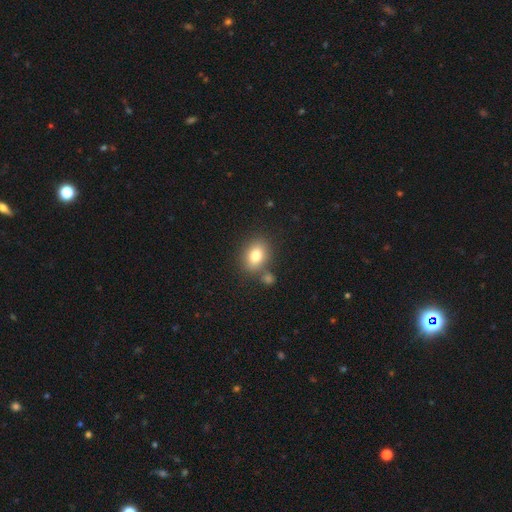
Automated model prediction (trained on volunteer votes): A smooth galaxy with no disk features (80%) that is in between round and cigar-shaped (65%).

Vote fractions:
- Smooth or featured? smooth: 80% / featured or disk: 10% / star or artifact: 10%
- How rounded? in between: 65% / round: 33% / cigar-shaped: 1%
- Merging? none: 71% / merger: 13% / minor disturbance: 12% / major disturbance: 4%